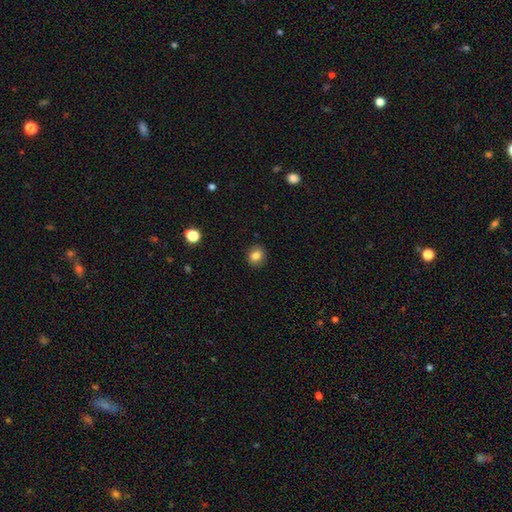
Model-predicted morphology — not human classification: A smooth galaxy with no disk features (83%) that is round (72%). Merging: none (89%).